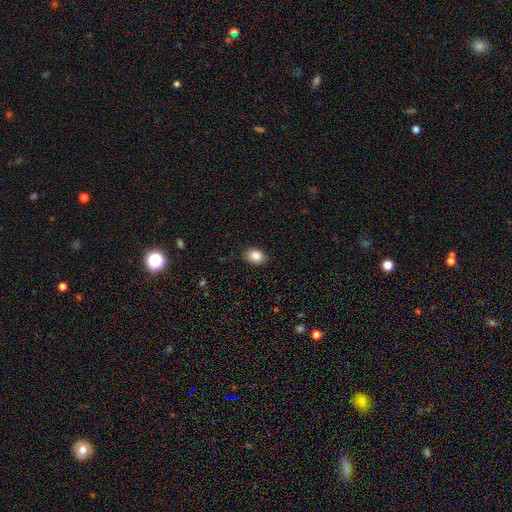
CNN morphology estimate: This appears to be a smooth galaxy with no disk features (87%) that is in between round and cigar-shaped (76%). Merging: none (85%).